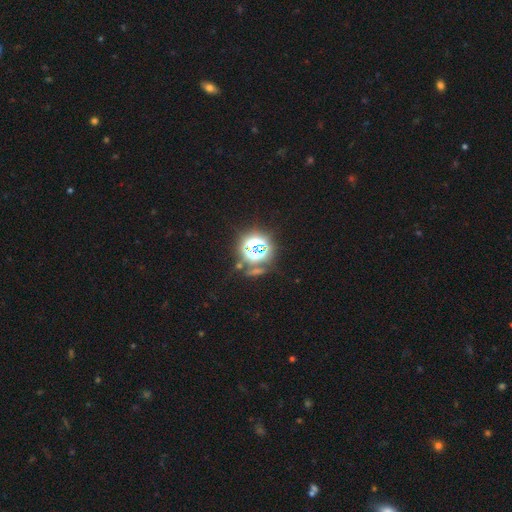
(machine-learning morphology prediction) smooth_or_featured: star or artifact (p=0.80) [alt: smooth p=0.14]